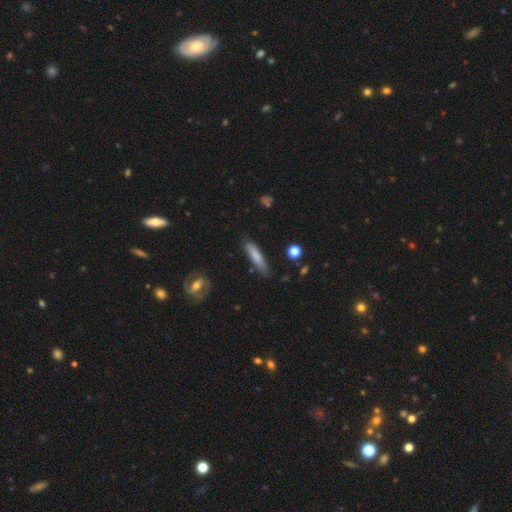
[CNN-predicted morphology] smooth_or_featured: smooth (p=0.73) [alt: featured or disk p=0.21]
how_rounded: cigar-shaped (p=0.85) [alt: in between p=0.13]
merging: none (p=0.81) [alt: minor disturbance p=0.14]